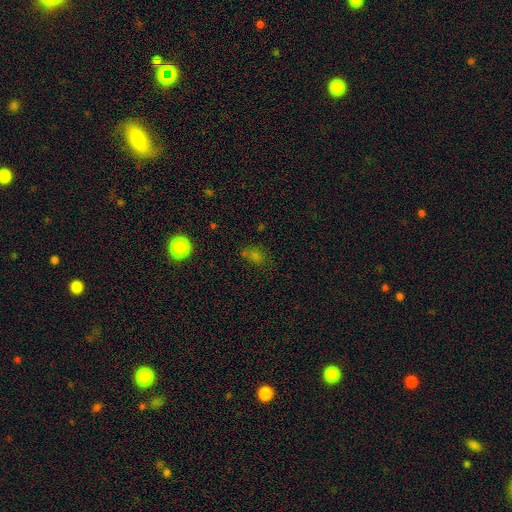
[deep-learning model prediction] Smooth or featured? Predicted: smooth (p=0.56). How rounded? Predicted: in between (p=0.53). Merging? Predicted: none (p=0.61).